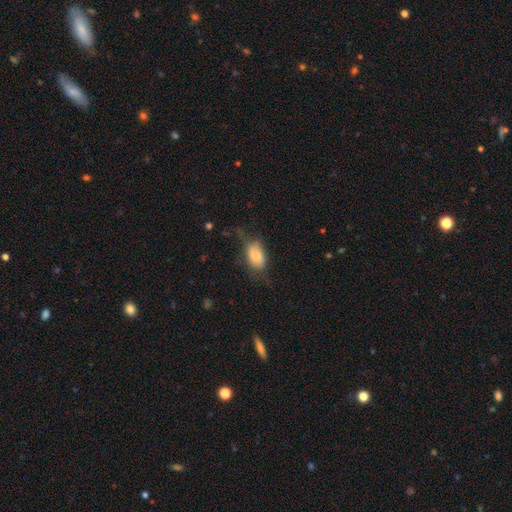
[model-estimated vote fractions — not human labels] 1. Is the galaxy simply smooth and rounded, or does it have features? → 76% smooth, 15% featured or disk, 9% star or artifact.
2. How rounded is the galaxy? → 89% in between, 8% round, 3% cigar-shaped.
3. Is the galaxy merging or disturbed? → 36% minor disturbance, 35% none, 27% major disturbance, 3% merger.